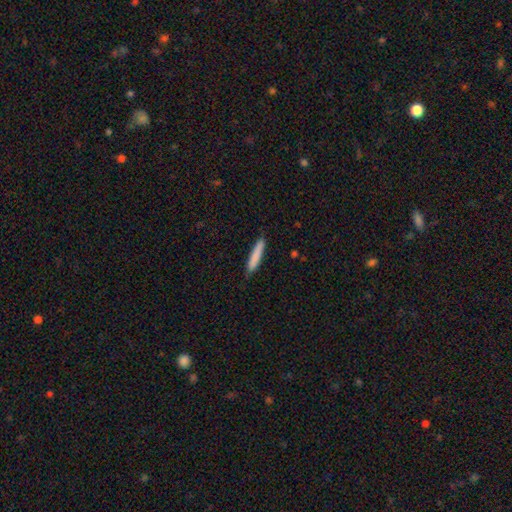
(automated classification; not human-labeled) Smooth or featured: smooth — 83% (featured or disk — 11%)
How rounded: cigar-shaped — 91% (in between — 7%)
Merging: none — 85% (minor disturbance — 12%)